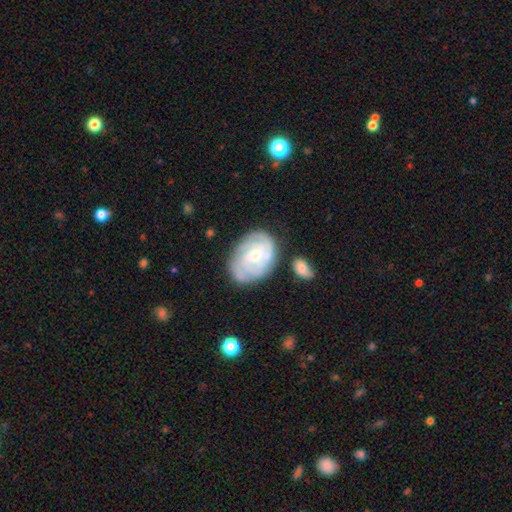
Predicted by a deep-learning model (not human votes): Morphology: type=featured or disk (77%); edge-on=no (97%); bar=no (66%); spiral arms=yes (92%); winding=tight (68%); arm count=can't tell (38%); bulge=small (48%); merging=none (71%).